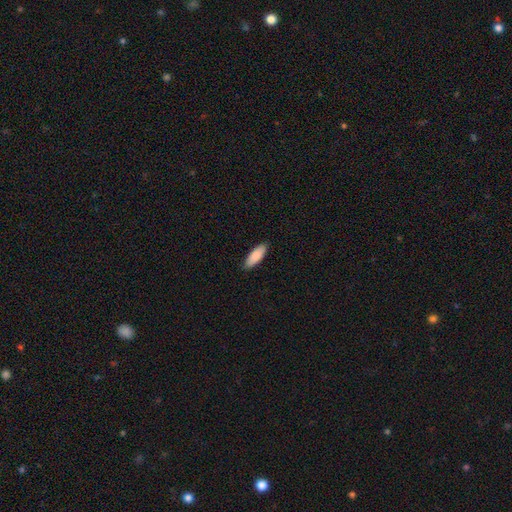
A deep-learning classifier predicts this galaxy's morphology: type=smooth (87%); roundness=in between (65%); merging=none (89%).